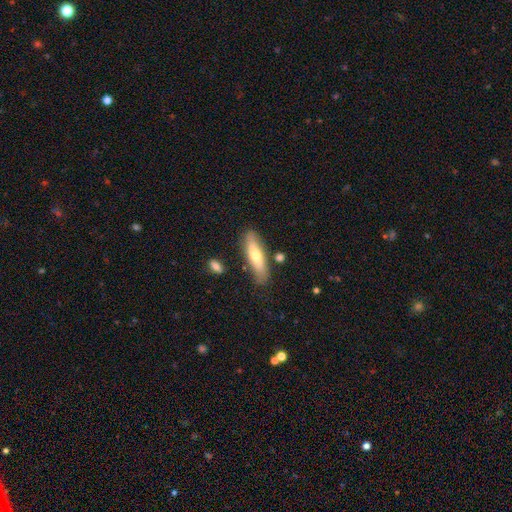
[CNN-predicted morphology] This is possibly a smooth galaxy (58%). How rounded: likely cigar-shaped (61%). Merging: likely none (79%).